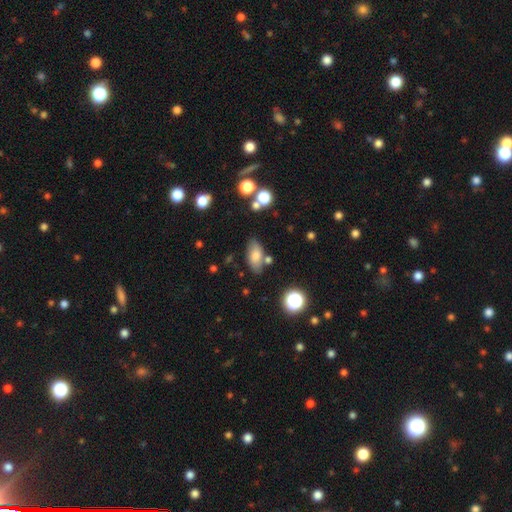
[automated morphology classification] A smooth galaxy with no disk features (73%) that is in between round and cigar-shaped (90%). Merging: none (72%).